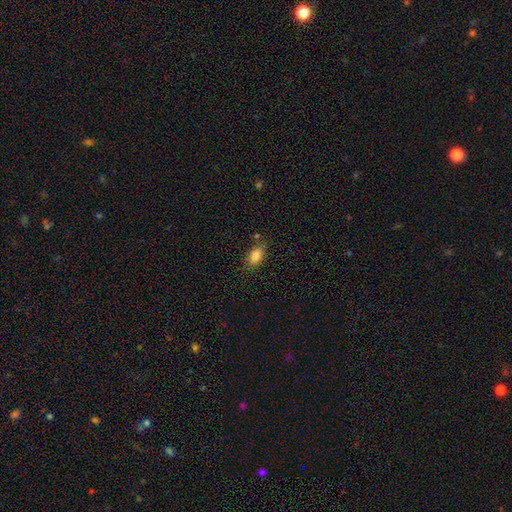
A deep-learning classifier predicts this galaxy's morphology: Overall: smooth (83%). How rounded: in between (87%). Merging: none (75%).